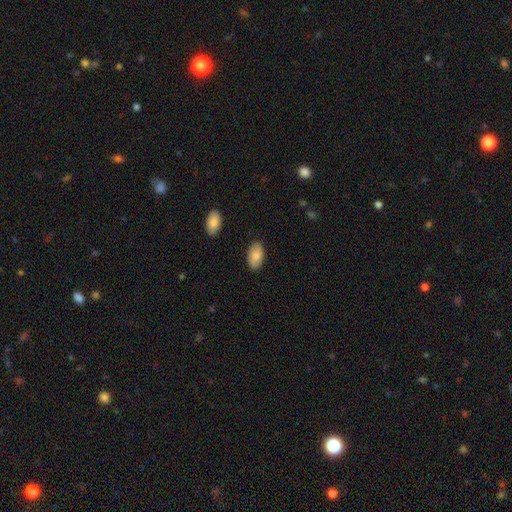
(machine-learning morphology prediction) type=smooth (84%); roundness=in between (95%); merging=none (86%).